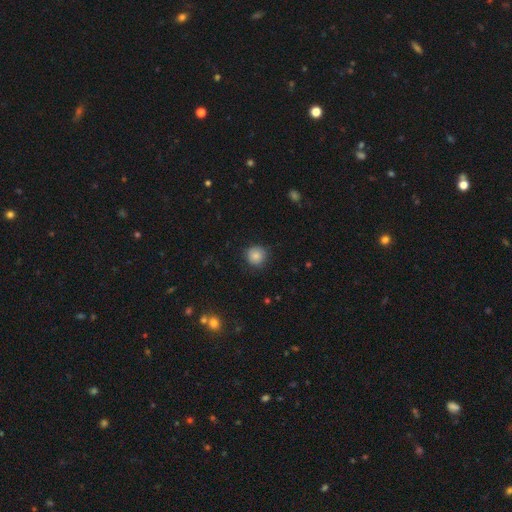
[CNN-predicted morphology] Smooth or featured: smooth — 85% (star or artifact — 10%)
How rounded: round — 93% (in between — 6%)
Merging: none — 85% (minor disturbance — 11%)